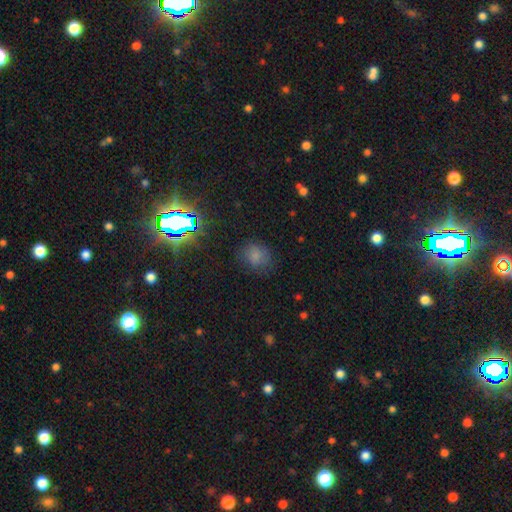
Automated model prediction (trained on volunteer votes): A smooth galaxy with no disk features (67%) that is round (65%).

Vote fractions:
- Smooth or featured? smooth: 67% / star or artifact: 23% / featured or disk: 10%
- How rounded? round: 65% / in between: 34% / cigar-shaped: 1%
- Merging? none: 73% / minor disturbance: 18% / major disturbance: 7% / merger: 2%